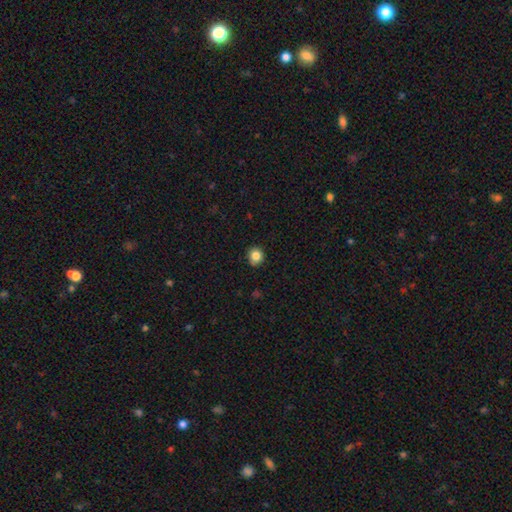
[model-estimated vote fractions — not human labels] smooth_or_featured: smooth (p=0.83) [alt: star or artifact p=0.11]
how_rounded: round (p=0.87) [alt: in between p=0.12]
merging: none (p=0.87) [alt: minor disturbance p=0.10]